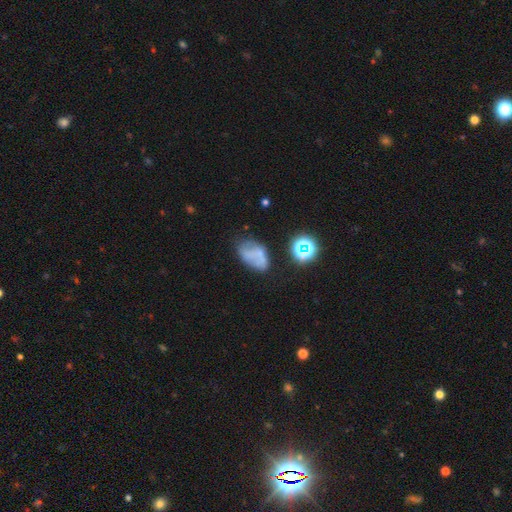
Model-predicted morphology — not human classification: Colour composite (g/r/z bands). It shows a smooth galaxy with no disk features (45%). Merging: none (46%).